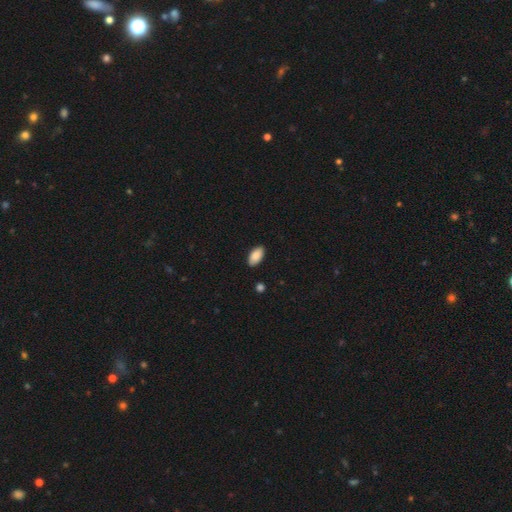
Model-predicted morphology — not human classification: smooth_or_featured: smooth (p=0.89) [alt: star or artifact p=0.06]
how_rounded: in between (p=0.95) [alt: cigar-shaped p=0.03]
merging: none (p=0.88) [alt: minor disturbance p=0.09]